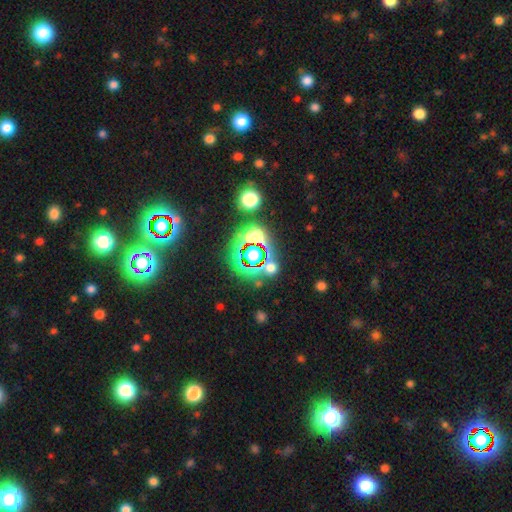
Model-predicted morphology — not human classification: type=star or artifact (64%).